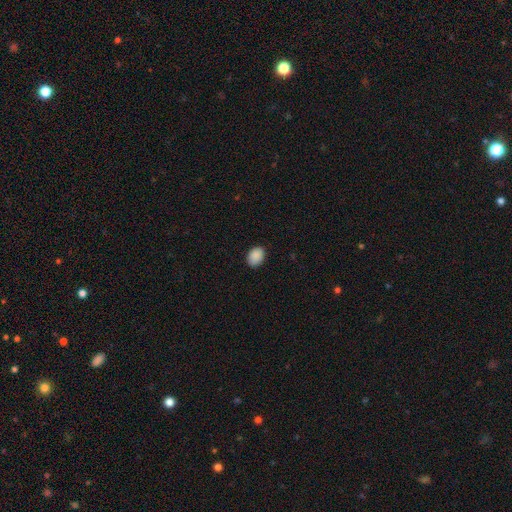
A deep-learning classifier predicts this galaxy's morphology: Smooth or featured?
  - smooth: 90% *
  - star or artifact: 7%
  - featured or disk: 3%
How rounded?
  - in between: 77% *
  - round: 22%
  - cigar-shaped: 1%
Merging?
  - none: 86% *
  - minor disturbance: 11%
  - major disturbance: 2%
  - merger: 1%